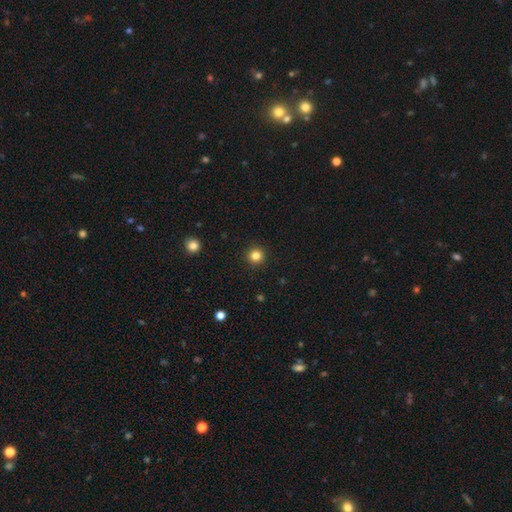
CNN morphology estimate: Q: Smooth or featured?
A: smooth (83%); runner-up: star or artifact (13%)
Q: How rounded?
A: round (96%); runner-up: in between (3%)
Q: Merging?
A: none (93%); runner-up: minor disturbance (4%)